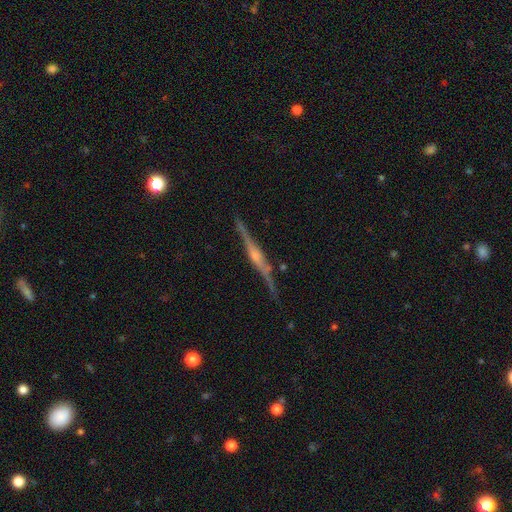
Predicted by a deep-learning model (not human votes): Smooth or featured? Predicted: featured or disk (p=0.84). Edge-on disk? Predicted: yes (p=0.98). Edge-on bulge? Predicted: rounded (p=0.75). Merging? Predicted: none (p=0.86).